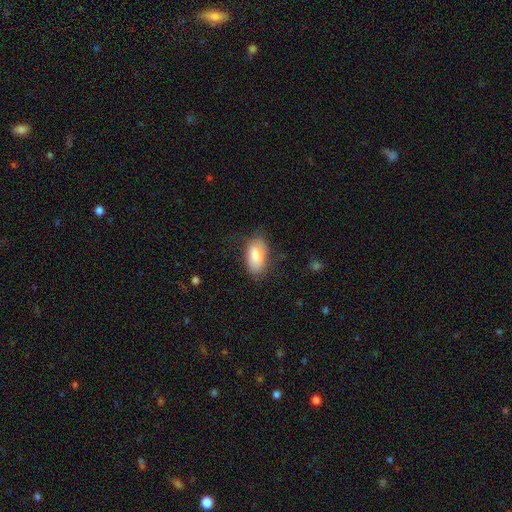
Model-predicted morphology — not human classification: A smooth galaxy with no disk features (83%) that is in between round and cigar-shaped (93%).

Vote fractions:
- Smooth or featured? smooth: 83% / featured or disk: 11% / star or artifact: 6%
- How rounded? in between: 93% / cigar-shaped: 4% / round: 3%
- Merging? none: 70% / minor disturbance: 22% / major disturbance: 7% / merger: 1%